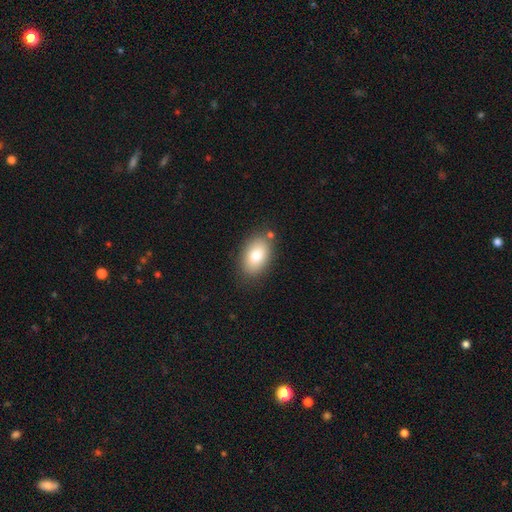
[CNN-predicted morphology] This appears to be a smooth galaxy with no disk features (79%) that is in between round and cigar-shaped (89%). Merging: none (80%).